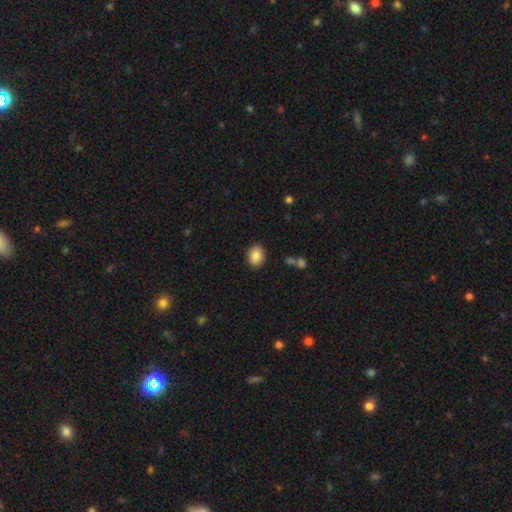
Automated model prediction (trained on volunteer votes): A smooth galaxy with no disk features (86%) that is in between round and cigar-shaped (69%).

Vote fractions:
- Smooth or featured? smooth: 86% / star or artifact: 8% / featured or disk: 6%
- How rounded? in between: 69% / round: 30% / cigar-shaped: 1%
- Merging? none: 88% / minor disturbance: 8% / major disturbance: 2% / merger: 2%